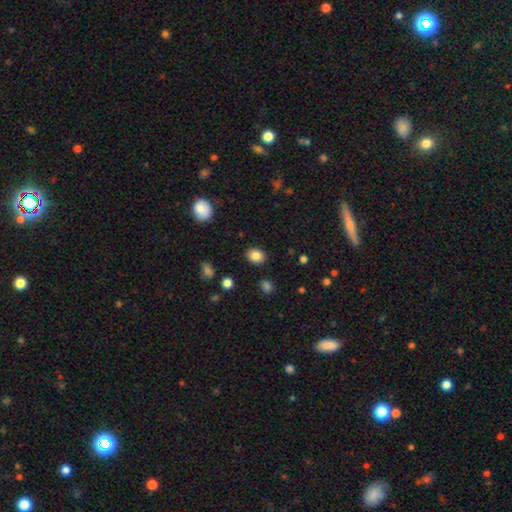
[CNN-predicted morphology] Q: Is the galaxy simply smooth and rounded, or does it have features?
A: smooth — 84%.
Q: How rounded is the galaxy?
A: in between — 59%.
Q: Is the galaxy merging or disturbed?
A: none — 88%.